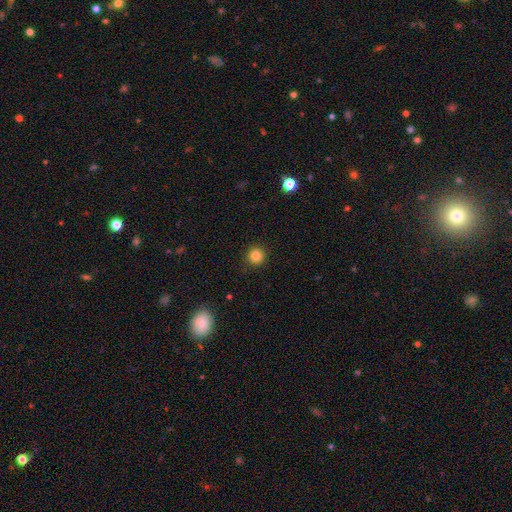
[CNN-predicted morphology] A smooth galaxy with no disk features (84%) that is round (94%). Merging: none (91%).